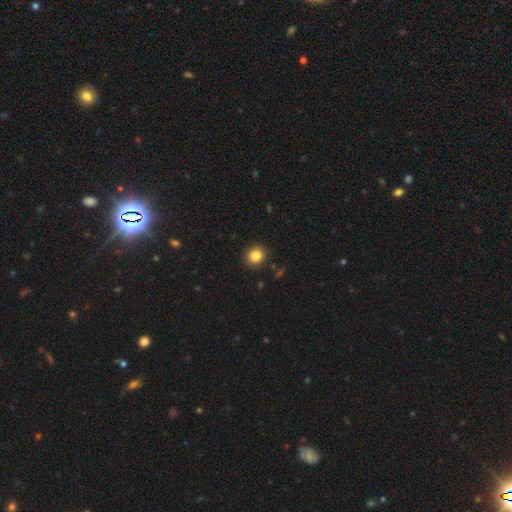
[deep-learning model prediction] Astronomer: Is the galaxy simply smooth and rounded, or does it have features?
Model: smooth — 84%.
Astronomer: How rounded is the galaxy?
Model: round — 80%.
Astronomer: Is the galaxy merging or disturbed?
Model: none — 90%.